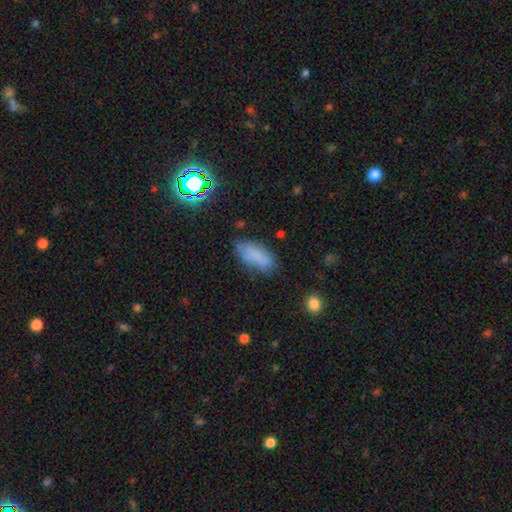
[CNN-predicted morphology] This is likely a smooth galaxy (80%). How rounded: clearly in between (82%). Merging: likely none (71%).